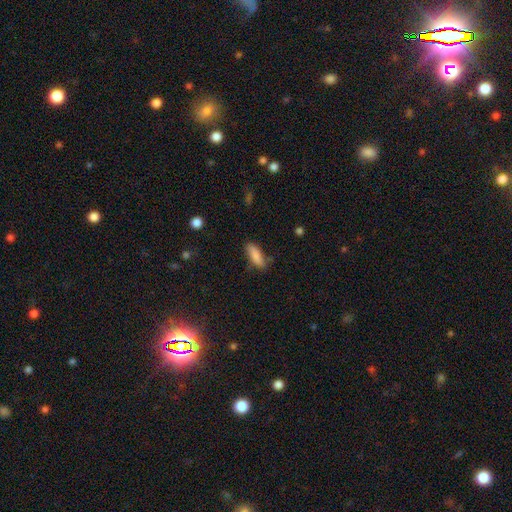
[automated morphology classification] Overall: smooth (83%). How rounded: in between (62%; cigar-shaped 36%). Merging: none (70%).